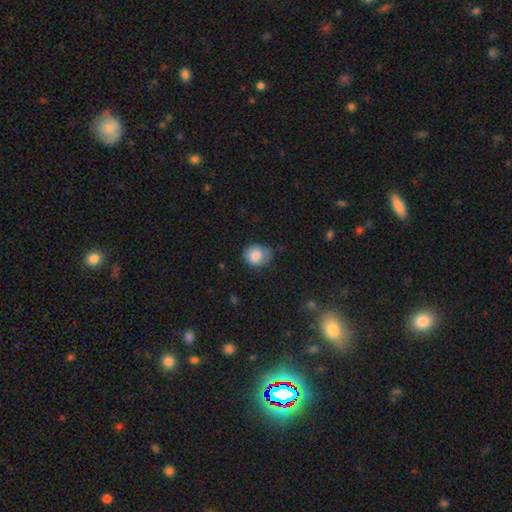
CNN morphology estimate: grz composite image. It shows a smooth galaxy with no disk features (82%) that is round (71%). Merging: none (62%).